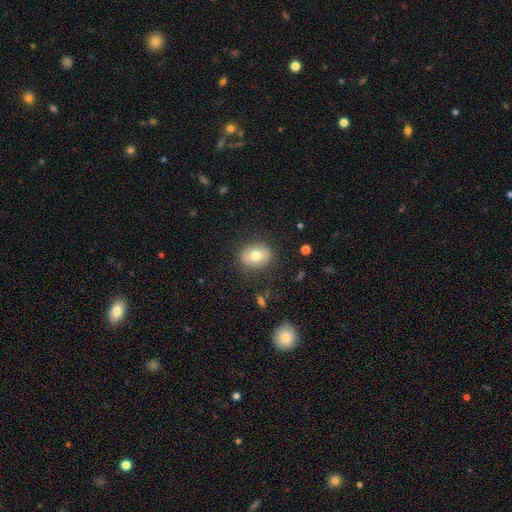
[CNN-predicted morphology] Smooth or featured?
  - smooth: 71% *
  - featured or disk: 20%
  - star or artifact: 8%
How rounded?
  - in between: 50% *
  - round: 49%
  - cigar-shaped: 1%
Merging?
  - none: 85% *
  - minor disturbance: 10%
  - major disturbance: 3%
  - merger: 1%